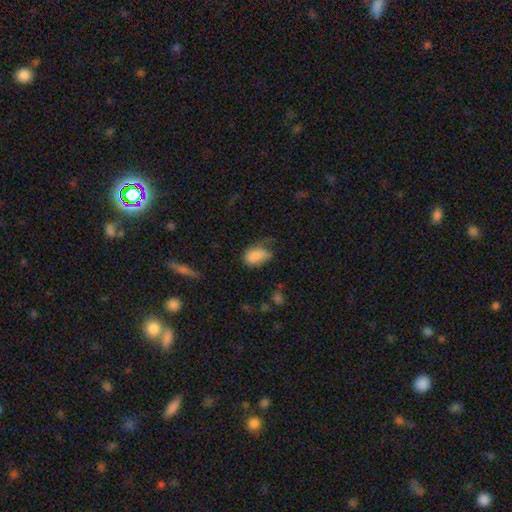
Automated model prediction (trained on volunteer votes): A smooth galaxy with no disk features (83%) that is in between round and cigar-shaped (87%). Merging: none (40%).